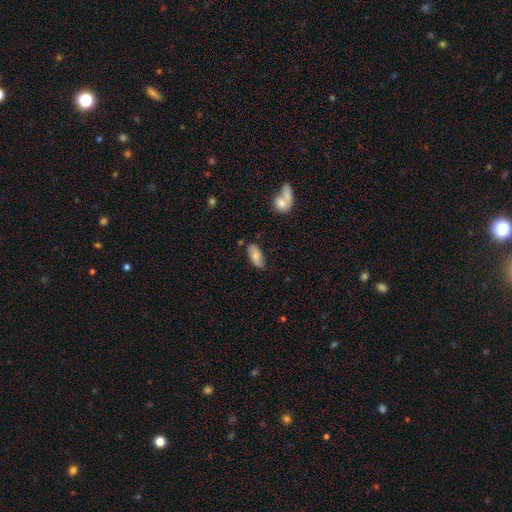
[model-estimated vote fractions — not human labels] Smooth or featured? smooth (72%)
How rounded? in between (88%)
Merging? none (77%)